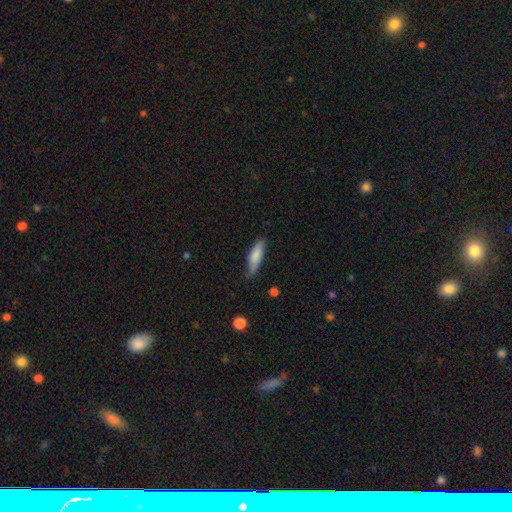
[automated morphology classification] Smooth or featured: smooth — 81% (featured or disk — 13%)
How rounded: cigar-shaped — 52% (in between — 46%)
Merging: none — 71% (minor disturbance — 23%)